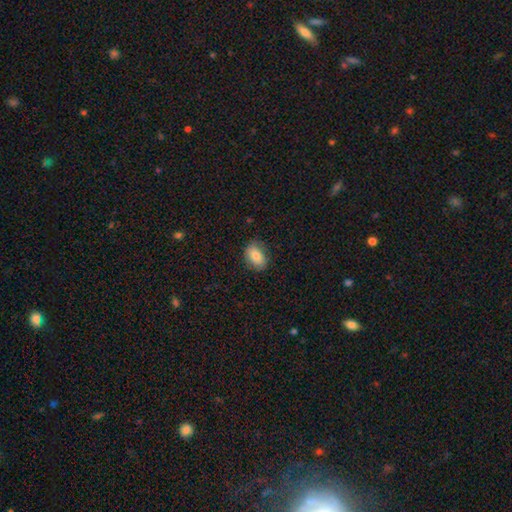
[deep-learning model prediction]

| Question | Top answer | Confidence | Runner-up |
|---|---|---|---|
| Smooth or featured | smooth | 80% | featured or disk (12%) |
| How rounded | in between | 83% | round (16%) |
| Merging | none | 78% | minor disturbance (17%) |